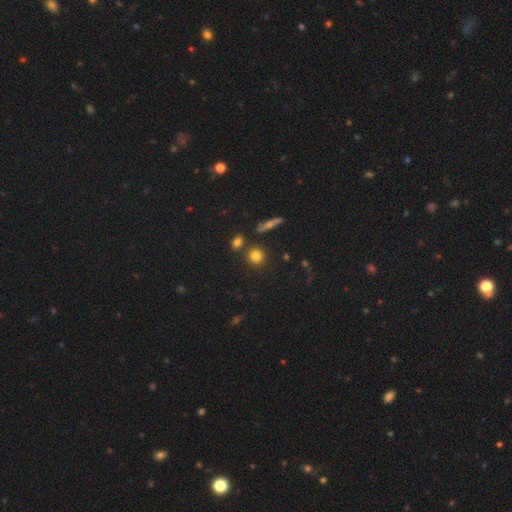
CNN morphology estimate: A smooth galaxy with no disk features (79%) that is round (85%).

Vote fractions:
- Smooth or featured? smooth: 79% / star or artifact: 12% / featured or disk: 8%
- How rounded? round: 85% / in between: 12% / cigar-shaped: 3%
- Merging? none: 79% / merger: 10% / minor disturbance: 9% / major disturbance: 3%